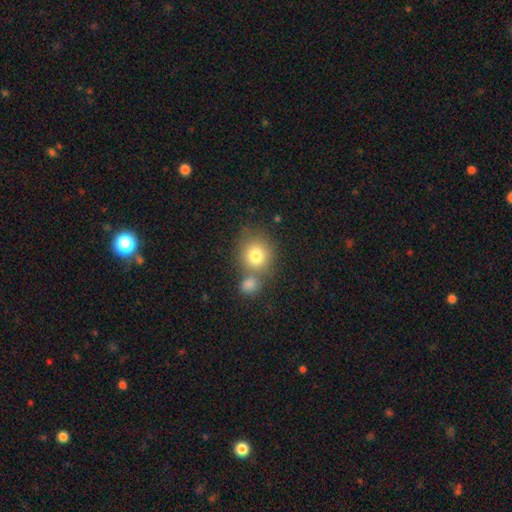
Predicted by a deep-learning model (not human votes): Morphology: type=smooth (77%); roundness=round (85%); merging=none (56%).